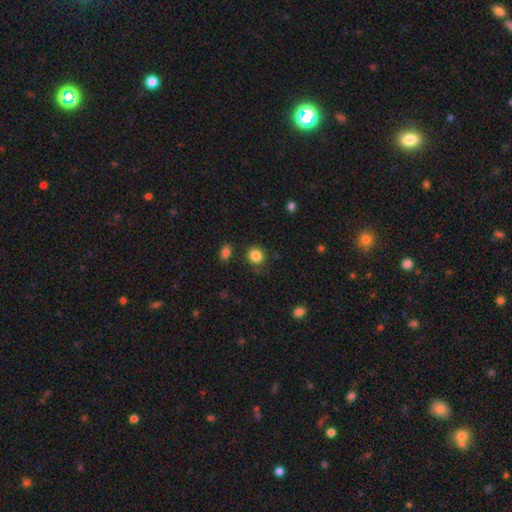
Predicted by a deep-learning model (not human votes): Smooth or featured? smooth (85%)
How rounded? round (85%)
Merging? none (82%)